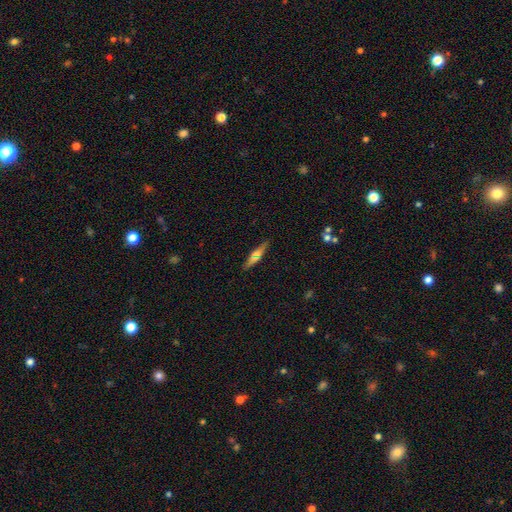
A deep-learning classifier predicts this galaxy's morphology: smooth 50%, featured or disk 40%, star or artifact 10%. Down the decision tree: how rounded — cigar-shaped (82%); merging — none (87%).